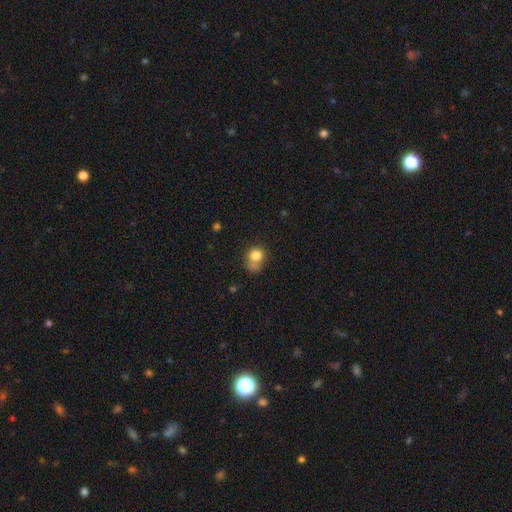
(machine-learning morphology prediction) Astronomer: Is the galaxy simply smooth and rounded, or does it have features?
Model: smooth — 80%.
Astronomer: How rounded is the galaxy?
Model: round — 71%.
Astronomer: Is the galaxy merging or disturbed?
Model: none — 40% (runner-up: merger, 26%).